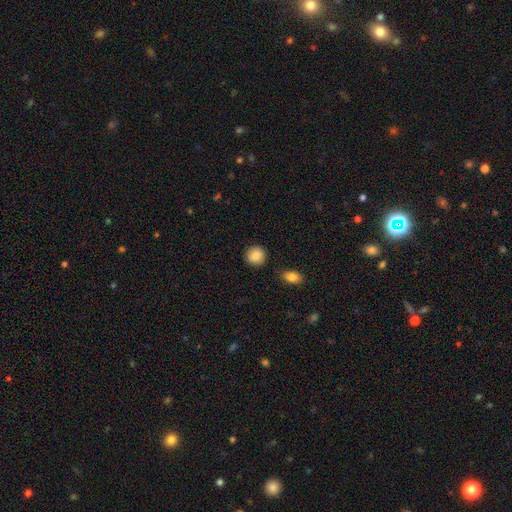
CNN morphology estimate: Overall: smooth (88%). How rounded: round (89%). Merging: none (88%).